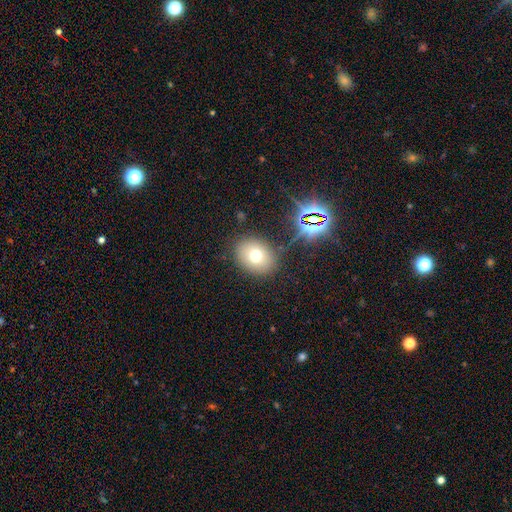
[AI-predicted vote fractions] A smooth galaxy with no disk features (68%) that is round (52%). Merging: none (84%).